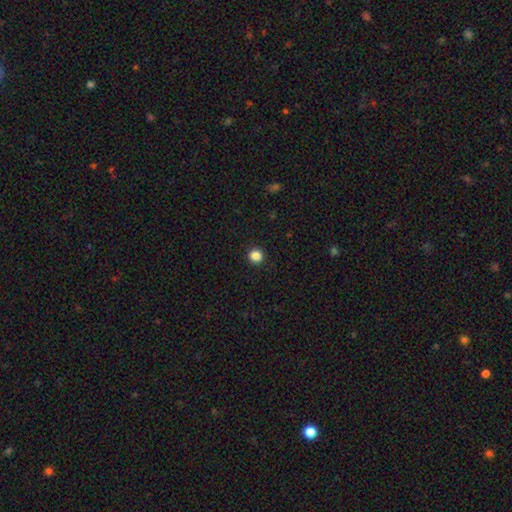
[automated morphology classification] Smooth or featured? smooth (85%)
How rounded? round (95%)
Merging? none (94%)